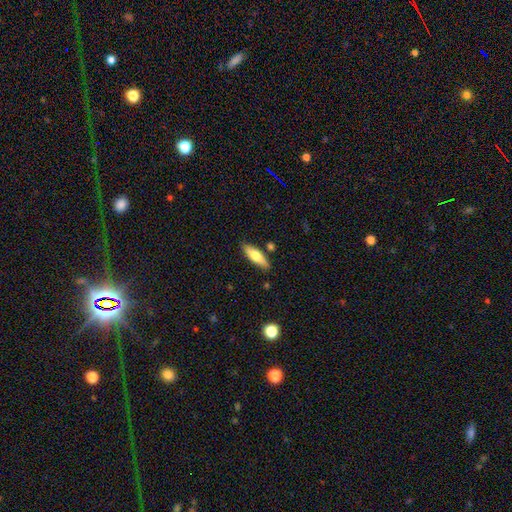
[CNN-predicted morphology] Q: Smooth or featured?
A: smooth (66%); runner-up: featured or disk (28%)
Q: How rounded?
A: in between (50%); runner-up: cigar-shaped (48%)
Q: Merging?
A: none (82%); runner-up: minor disturbance (11%)